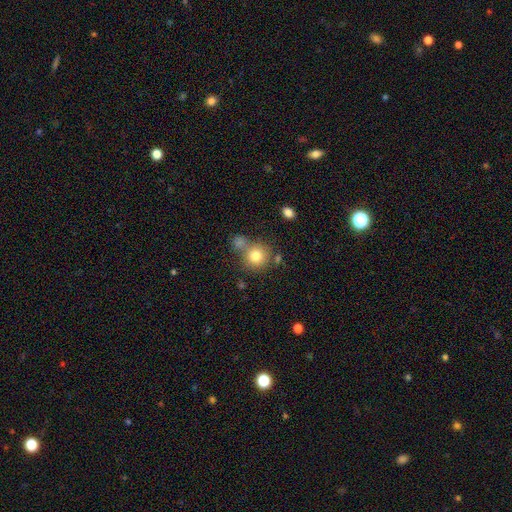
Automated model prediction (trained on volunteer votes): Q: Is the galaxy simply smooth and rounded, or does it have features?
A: smooth — 79%.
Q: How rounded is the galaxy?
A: round — 88%.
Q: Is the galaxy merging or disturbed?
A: none — 63%.